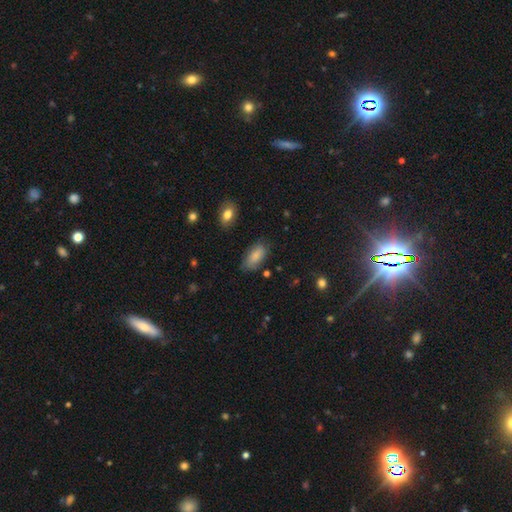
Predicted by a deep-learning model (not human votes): Smooth or featured? Predicted: smooth (p=0.83). How rounded? Predicted: in between (p=0.90). Merging? Predicted: none (p=0.77).